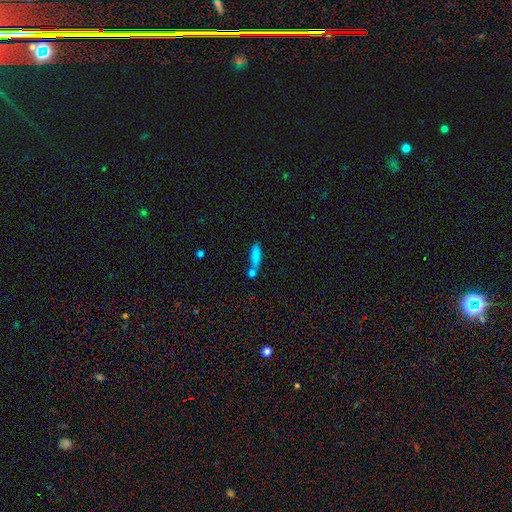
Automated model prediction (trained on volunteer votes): This is clearly a smooth galaxy (81%). How rounded: possibly cigar-shaped (50%). Merging: marginally none (43%).